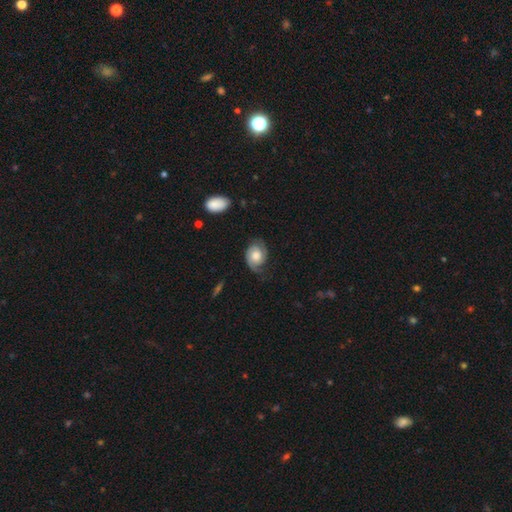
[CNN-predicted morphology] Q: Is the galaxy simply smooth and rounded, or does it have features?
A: featured or disk — 66%.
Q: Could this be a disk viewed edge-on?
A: no — 97%.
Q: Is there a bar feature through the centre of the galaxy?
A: no — 72%.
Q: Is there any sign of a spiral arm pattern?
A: yes — 92%.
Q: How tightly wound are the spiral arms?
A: tight — 42%.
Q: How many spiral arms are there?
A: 2 — 77%.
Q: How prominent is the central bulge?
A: moderate — 48%.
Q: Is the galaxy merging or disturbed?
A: none — 61%.